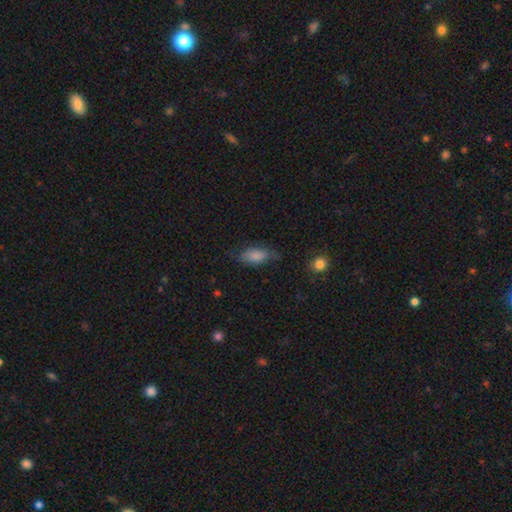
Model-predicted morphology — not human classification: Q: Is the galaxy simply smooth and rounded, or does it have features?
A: smooth — 82%.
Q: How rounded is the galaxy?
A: in between — 88%.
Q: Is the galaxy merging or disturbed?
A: none — 64%.